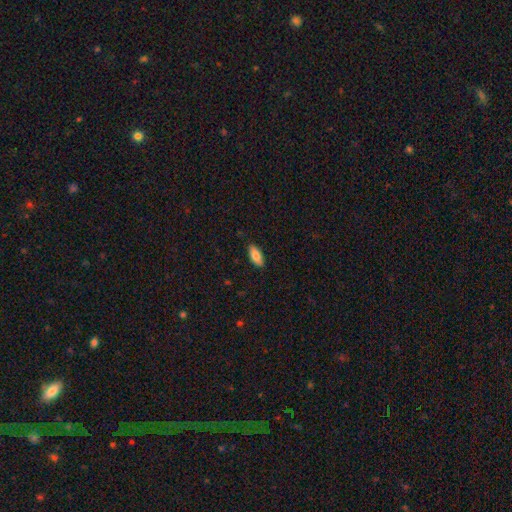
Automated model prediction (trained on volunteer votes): Smooth or featured? smooth (82%)
How rounded? in between (88%)
Merging? none (88%)